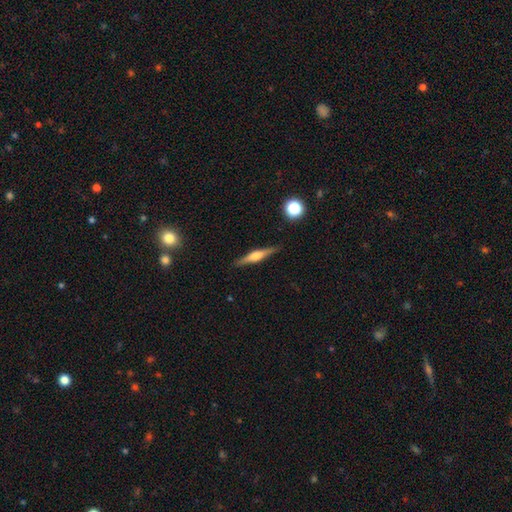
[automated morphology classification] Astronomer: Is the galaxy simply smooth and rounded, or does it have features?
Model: featured or disk — 67%.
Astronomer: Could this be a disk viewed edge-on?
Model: yes — 97%.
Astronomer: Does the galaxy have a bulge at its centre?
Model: rounded — 83%.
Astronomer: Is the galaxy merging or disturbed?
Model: none — 89%.